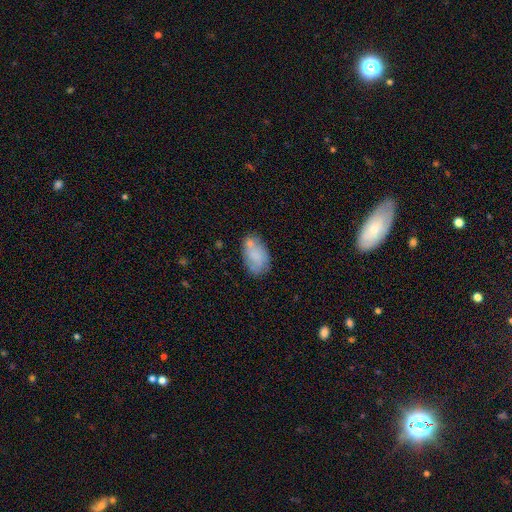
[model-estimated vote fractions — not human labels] Q: Smooth or featured?
A: smooth (74%); runner-up: featured or disk (19%)
Q: How rounded?
A: in between (91%); runner-up: round (8%)
Q: Merging?
A: none (59%); runner-up: minor disturbance (23%)